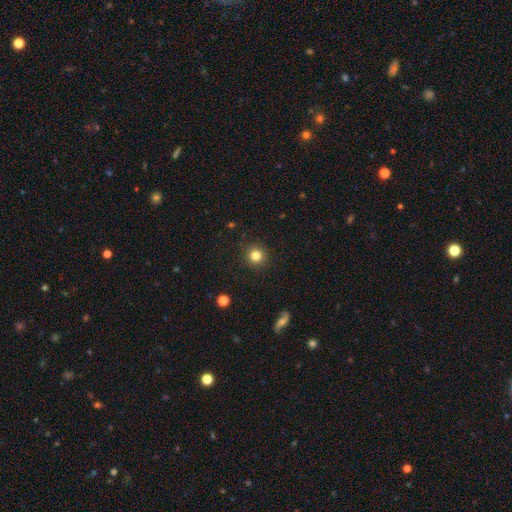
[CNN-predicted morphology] A smooth galaxy with no disk features (82%) that is round (94%).

Vote fractions:
- Smooth or featured? smooth: 82% / star or artifact: 12% / featured or disk: 6%
- How rounded? round: 94% / in between: 5% / cigar-shaped: 1%
- Merging? none: 91% / minor disturbance: 6% / major disturbance: 2% / merger: 1%